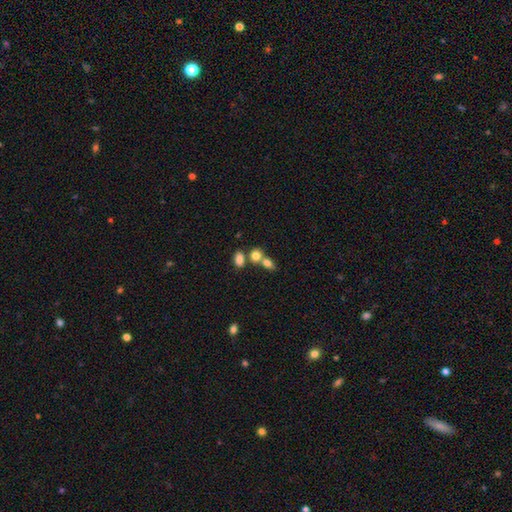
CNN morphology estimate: smooth_or_featured: smooth (p=0.79) [alt: star or artifact p=0.11]
how_rounded: in between (p=0.59) [alt: round p=0.39]
merging: merger (p=0.45) [alt: none p=0.41]